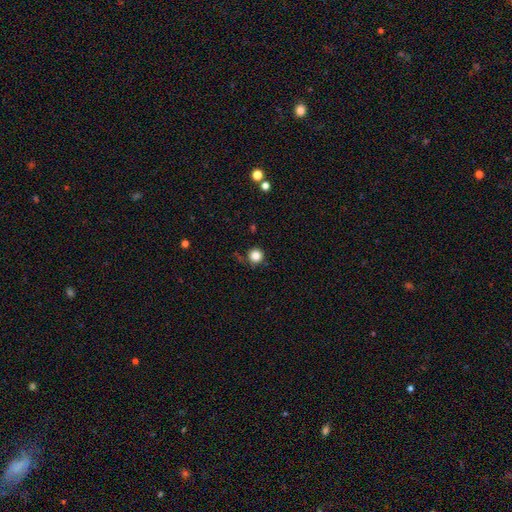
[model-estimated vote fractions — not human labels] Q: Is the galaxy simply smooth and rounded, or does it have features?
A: smooth — 84%.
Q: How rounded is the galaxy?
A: round — 95%.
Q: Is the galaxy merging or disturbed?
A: none — 86%.